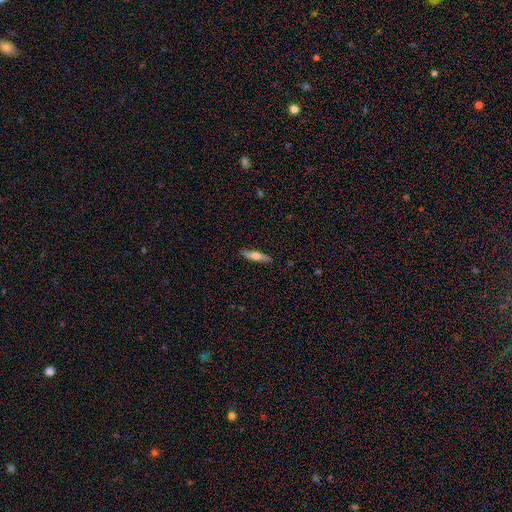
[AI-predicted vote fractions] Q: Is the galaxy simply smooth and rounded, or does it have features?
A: smooth — 54%.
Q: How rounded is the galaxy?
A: cigar-shaped — 80%.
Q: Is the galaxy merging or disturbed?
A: none — 88%.